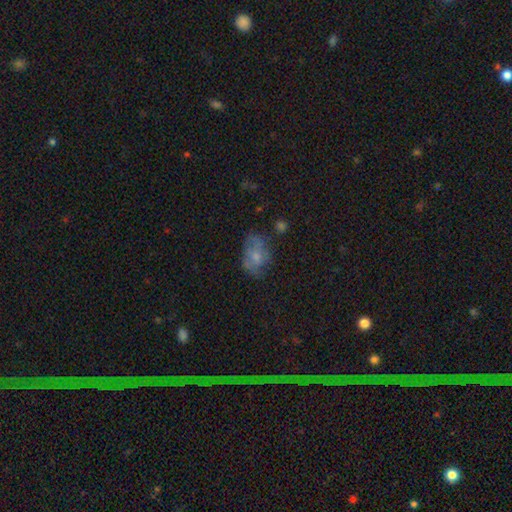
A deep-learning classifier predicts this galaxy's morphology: smooth_or_featured: smooth (p=0.56) [alt: featured or disk p=0.33]
how_rounded: in between (p=0.79) [alt: round p=0.20]
merging: none (p=0.52) [alt: minor disturbance p=0.28]